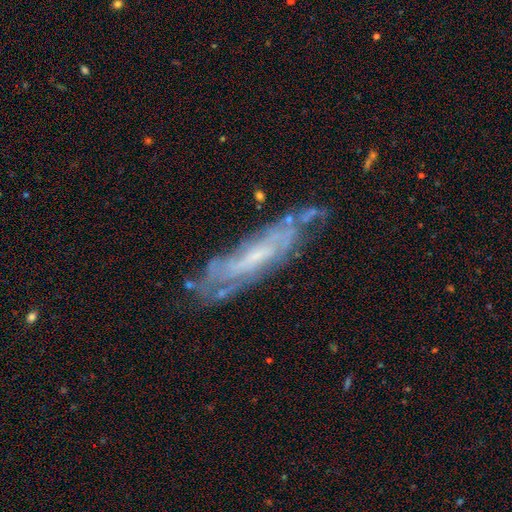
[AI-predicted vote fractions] The model was most divided on "edge-on disk": no: 65%, yes: 35%. More confident: smooth or featured — featured or disk (71%); merging — none (65%).